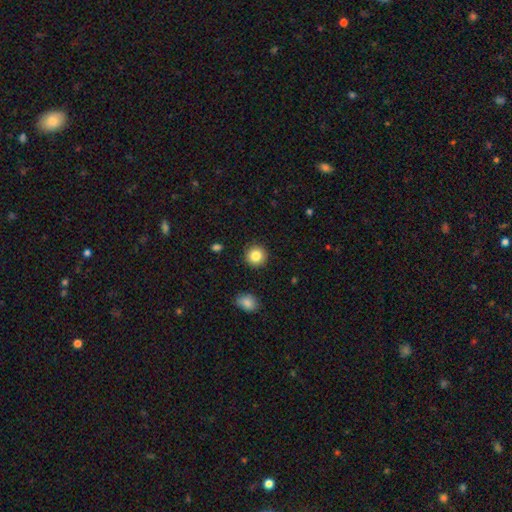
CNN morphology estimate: This is clearly a smooth galaxy (85%). How rounded: clearly round (93%). Merging: clearly none (91%).